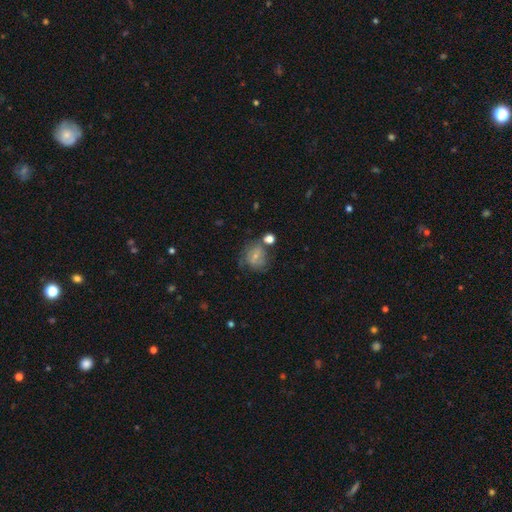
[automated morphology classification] This appears to be a featured or disk galaxy (45%). Merging: none (47%).